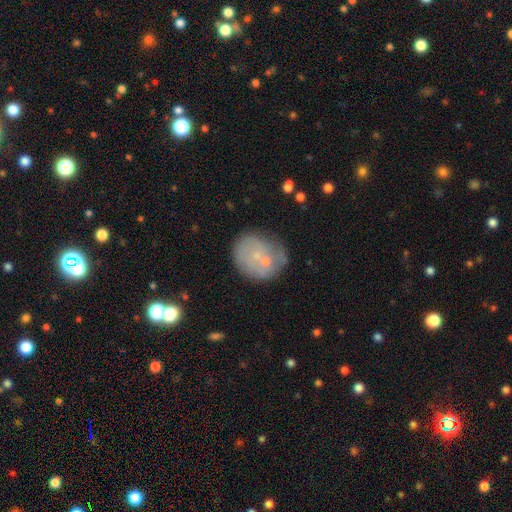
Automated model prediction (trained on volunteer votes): This is possibly a smooth galaxy (52%). How rounded: likely round (78%). Merging: possibly none (51%).